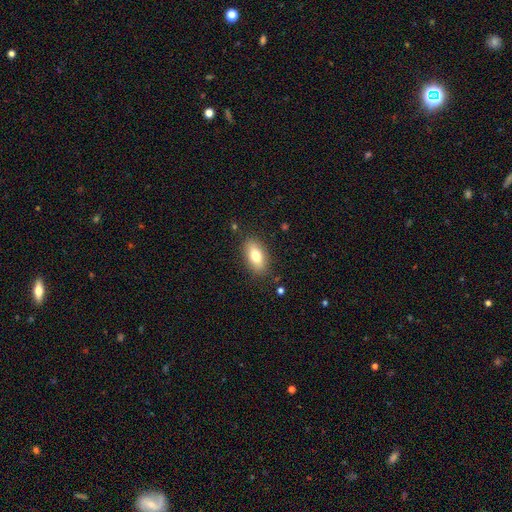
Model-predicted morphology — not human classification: A smooth galaxy with no disk features (78%) that is in between round and cigar-shaped (88%).

Vote fractions:
- Smooth or featured? smooth: 78% / featured or disk: 15% / star or artifact: 7%
- How rounded? in between: 88% / cigar-shaped: 7% / round: 5%
- Merging? none: 85% / minor disturbance: 11% / major disturbance: 3% / merger: 1%